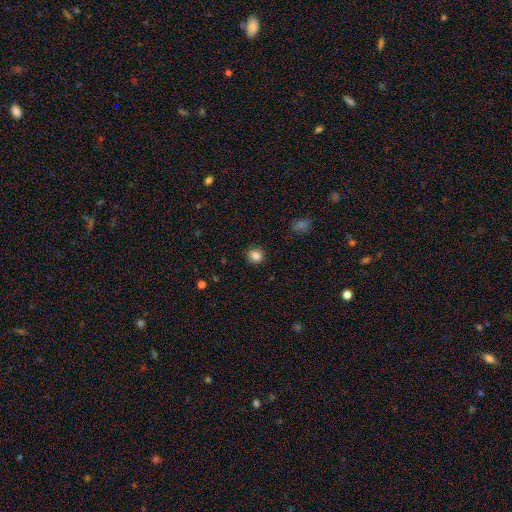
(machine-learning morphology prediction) A smooth galaxy with no disk features (84%) that is round (79%). Merging: none (86%).